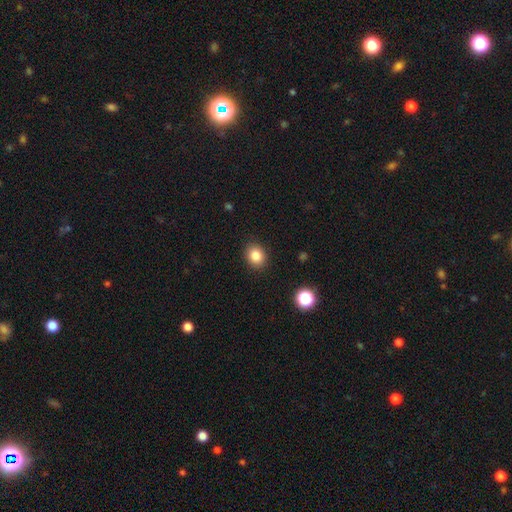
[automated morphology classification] Smooth or featured? smooth (84%)
How rounded? round (57%)
Merging? none (89%)